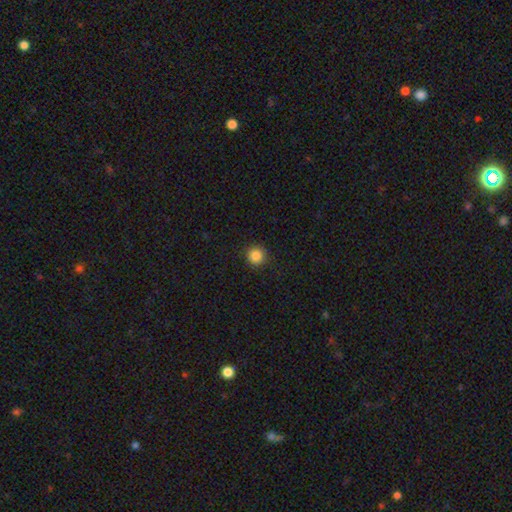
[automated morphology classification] type=smooth (86%); roundness=round (95%); merging=none (92%).